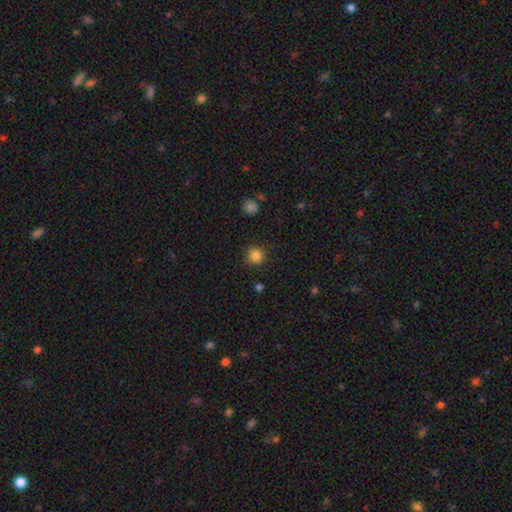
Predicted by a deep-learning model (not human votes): A smooth galaxy with no disk features (84%) that is round (94%).

Vote fractions:
- Smooth or featured? smooth: 84% / star or artifact: 12% / featured or disk: 4%
- How rounded? round: 94% / in between: 5% / cigar-shaped: 1%
- Merging? none: 89% / minor disturbance: 7% / major disturbance: 2% / merger: 1%